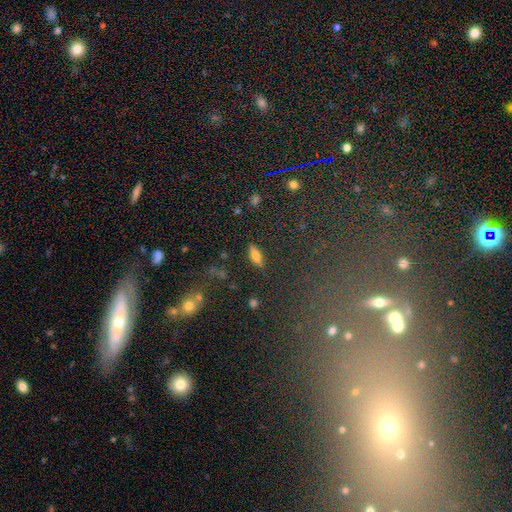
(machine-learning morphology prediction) The model was most divided on "how rounded": in between: 61%, cigar-shaped: 35%, round: 4%. More confident: merging — none (87%); smooth or featured — smooth (61%).